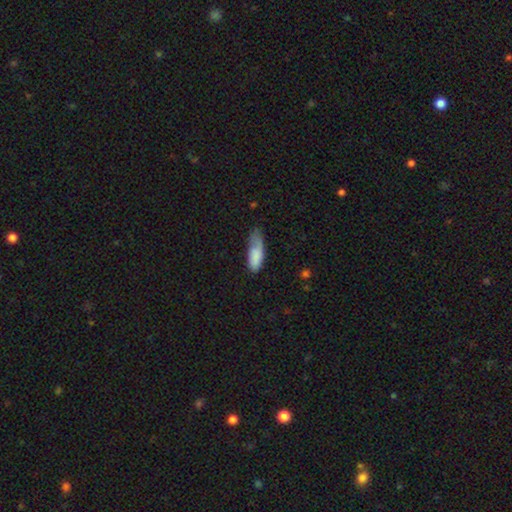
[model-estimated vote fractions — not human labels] Smooth or featured? smooth (80%)
How rounded? in between (70%)
Merging? minor disturbance (43%)